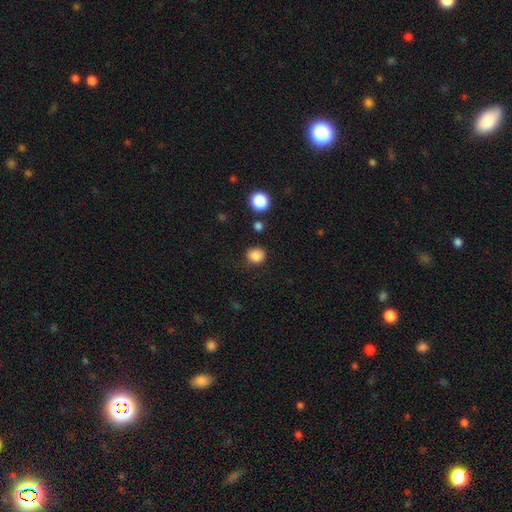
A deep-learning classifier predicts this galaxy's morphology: Q: Smooth or featured?
A: smooth (85%); runner-up: star or artifact (11%)
Q: How rounded?
A: round (85%); runner-up: in between (14%)
Q: Merging?
A: none (83%); runner-up: minor disturbance (11%)